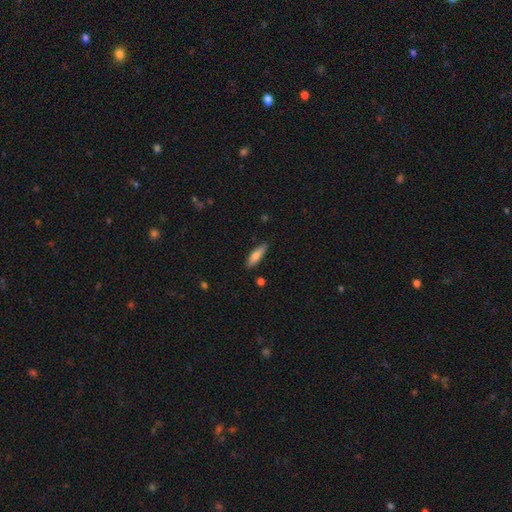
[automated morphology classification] The model was most divided on "how rounded": cigar-shaped: 65%, in between: 33%, round: 2%. More confident: merging — none (83%); smooth or featured — smooth (74%).